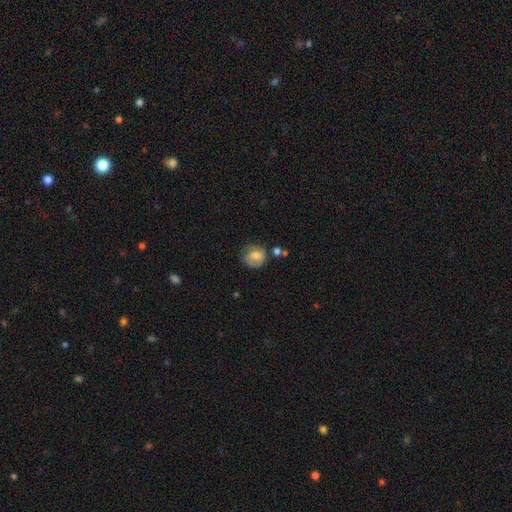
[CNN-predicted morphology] Smooth or featured? smooth (63%)
How rounded? round (72%)
Merging? none (58%)